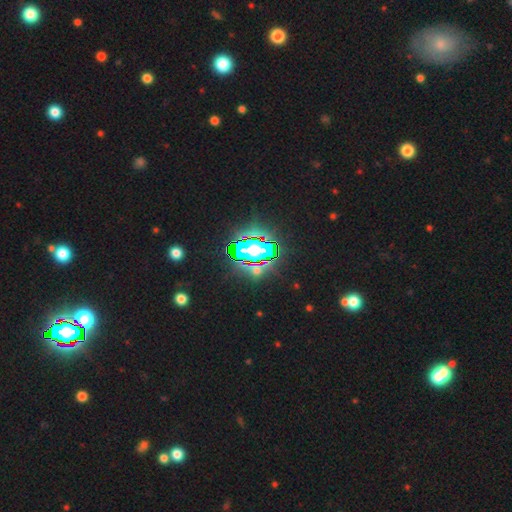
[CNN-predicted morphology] Q: Smooth or featured?
A: star or artifact (78%); runner-up: smooth (12%)